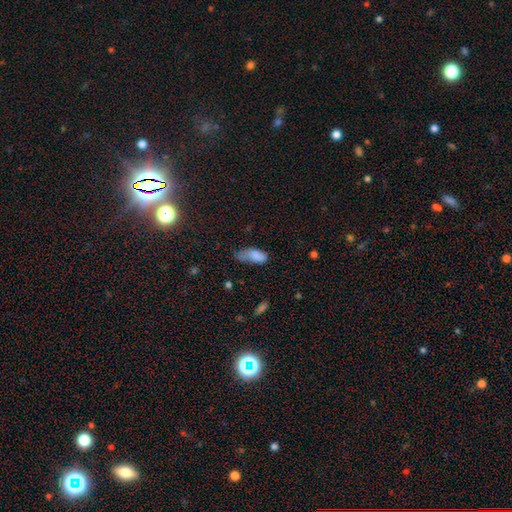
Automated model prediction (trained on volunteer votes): This is likely a smooth galaxy (78%). How rounded: clearly in between (87%). Merging: marginally minor disturbance (41%).